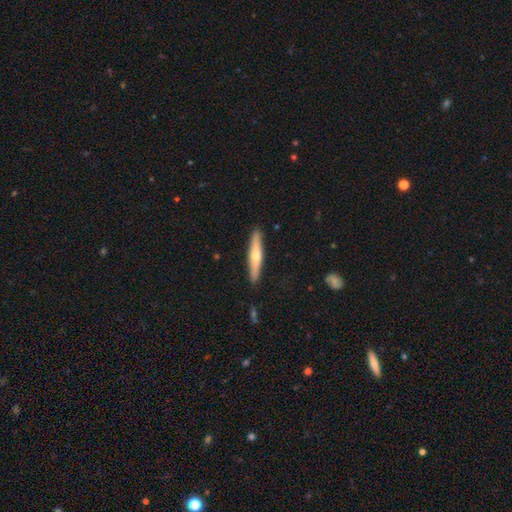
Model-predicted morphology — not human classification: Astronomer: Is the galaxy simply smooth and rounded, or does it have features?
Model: smooth — 50% (runner-up: featured or disk, 44%).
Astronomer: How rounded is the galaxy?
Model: cigar-shaped — 91%.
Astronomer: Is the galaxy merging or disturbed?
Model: none — 90%.